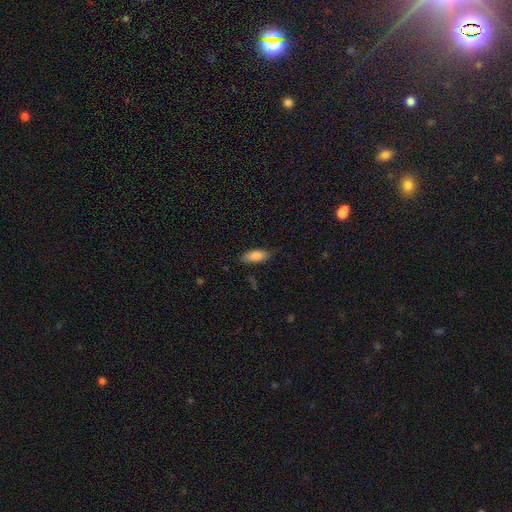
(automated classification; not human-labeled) smooth-or-featured: smooth: 82% | featured or disk: 11% | star or artifact: 7%
  how-rounded: in between: 79% | cigar-shaped: 19% | round: 2%
  merging: none: 79% | minor disturbance: 16% | major disturbance: 3% | merger: 1%